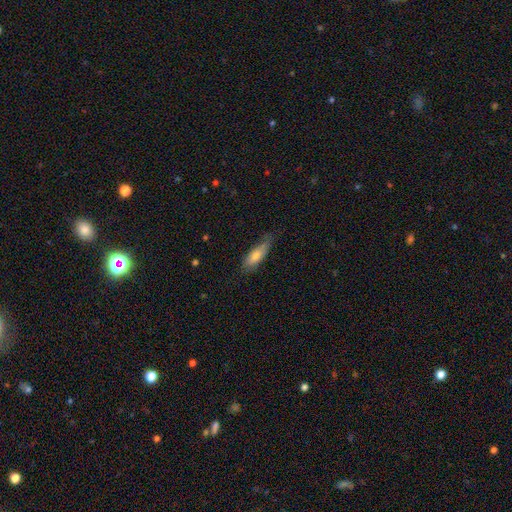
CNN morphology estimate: This is likely a smooth galaxy (72%). How rounded: possibly in between (55%). Merging: likely none (62%).